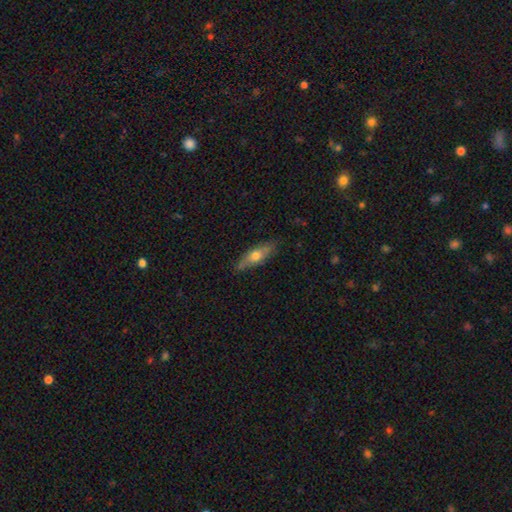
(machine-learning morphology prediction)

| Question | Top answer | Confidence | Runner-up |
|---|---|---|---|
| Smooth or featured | smooth | 52% | featured or disk (41%) |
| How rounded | cigar-shaped | 52% | in between (45%) |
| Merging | none | 81% | minor disturbance (15%) |